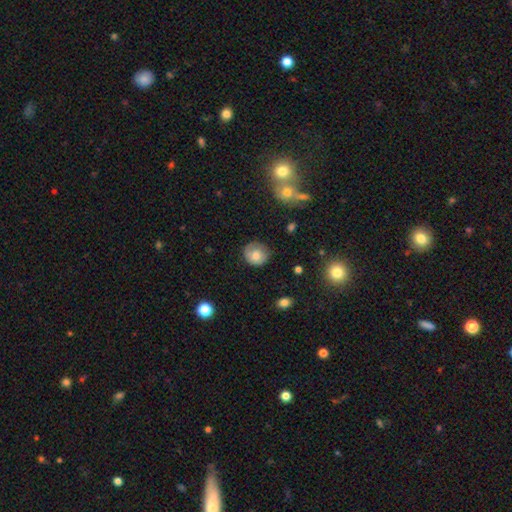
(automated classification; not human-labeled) smooth_or_featured: smooth (p=0.71) [alt: featured or disk p=0.21]
how_rounded: round (p=0.80) [alt: in between p=0.19]
merging: none (p=0.67) [alt: minor disturbance p=0.24]